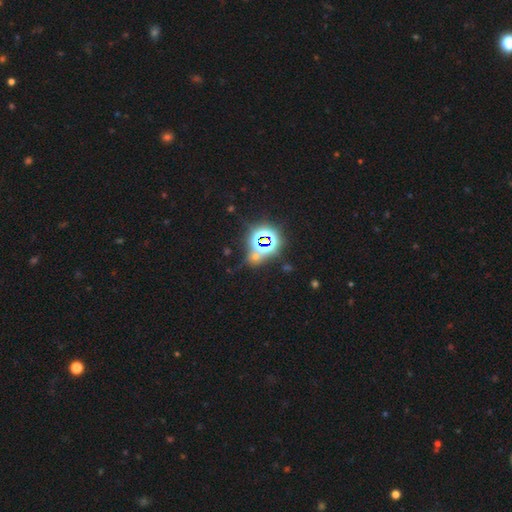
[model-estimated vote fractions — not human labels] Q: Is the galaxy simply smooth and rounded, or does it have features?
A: star or artifact — 69%.